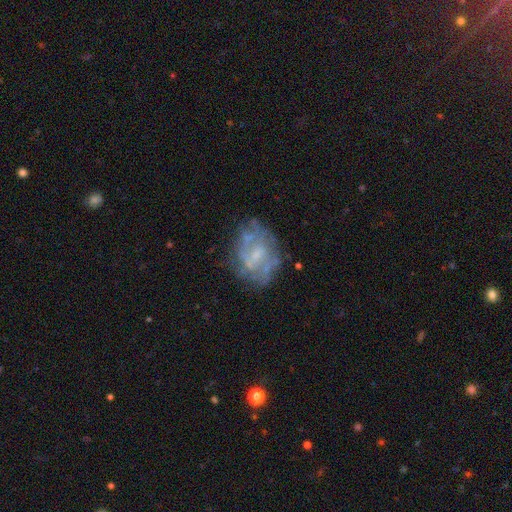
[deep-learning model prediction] A featured or disk galaxy (70%) with no bar (49%), no spiral arms (54%) and a small central bulge (48%).

Vote fractions:
- Smooth or featured? featured or disk: 70% / smooth: 21% / star or artifact: 9%
- Edge-on disk? no: 97% / yes: 3%
- Bar? no: 49% / weak: 42% / strong: 9%
- Spiral arms? no: 54% / yes: 46%
- Bulge size? small: 48% / moderate: 26% / none: 23% / large: 2% / dominant: 1%
- Merging? none: 58% / minor disturbance: 22% / major disturbance: 16% / merger: 4%